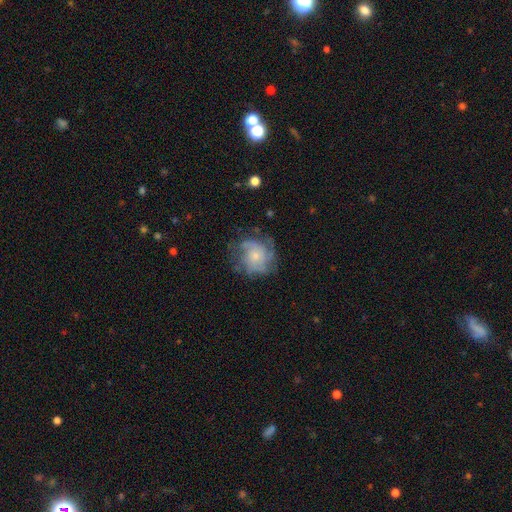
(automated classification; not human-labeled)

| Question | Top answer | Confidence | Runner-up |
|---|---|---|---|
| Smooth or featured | featured or disk | 64% | smooth (27%) |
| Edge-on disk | no | 98% | yes (2%) |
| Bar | no | 83% | weak (15%) |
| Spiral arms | yes | 84% | no (16%) |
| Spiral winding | tight | 43% | medium (39%) |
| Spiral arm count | can't tell | 39% | 3 (19%) |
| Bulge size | small | 61% | moderate (28%) |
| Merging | none | 64% | minor disturbance (21%) |